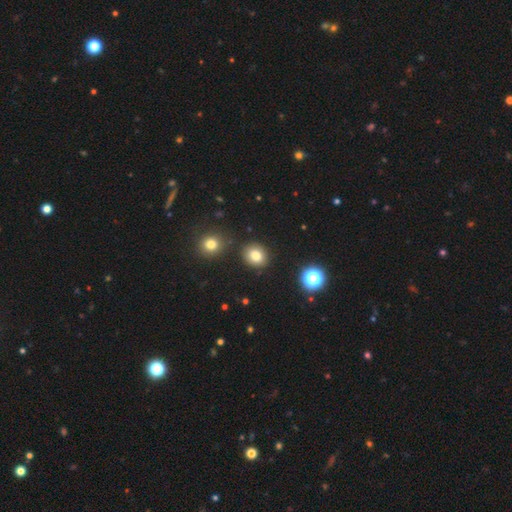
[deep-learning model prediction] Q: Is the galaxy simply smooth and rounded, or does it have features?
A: smooth — 79%.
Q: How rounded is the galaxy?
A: round — 75%.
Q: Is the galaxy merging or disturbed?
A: none — 85%.